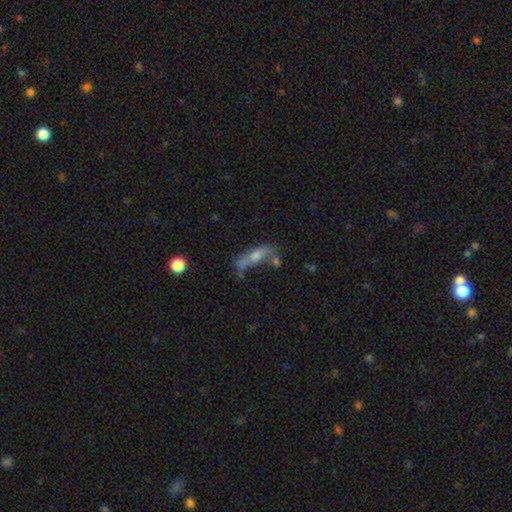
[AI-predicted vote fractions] Smooth or featured: smooth — 46% (featured or disk — 44%)
Merging: none — 42% (minor disturbance — 22%)